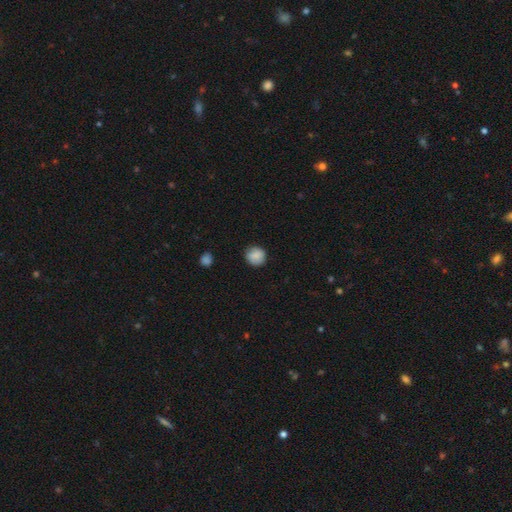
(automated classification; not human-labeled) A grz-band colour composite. It shows a smooth galaxy with no disk features (84%) that is round (89%). Merging: none (84%).